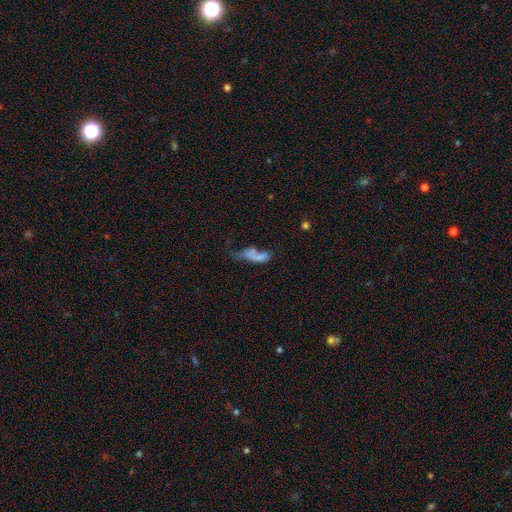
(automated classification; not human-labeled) This appears to be a smooth galaxy with no disk features (60%) that is in between round and cigar-shaped (69%). Merging: major disturbance (32%).